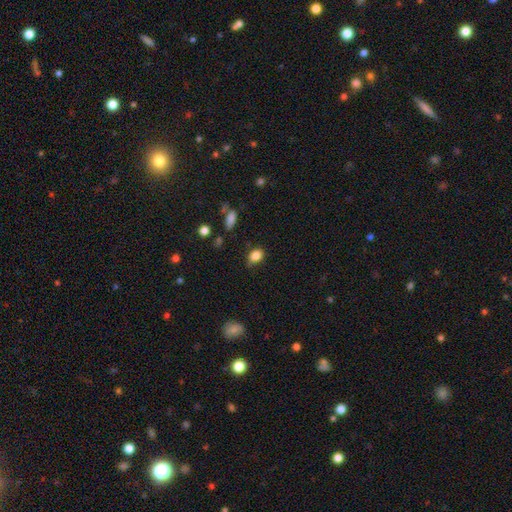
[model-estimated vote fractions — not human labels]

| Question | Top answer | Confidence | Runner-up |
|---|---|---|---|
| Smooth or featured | smooth | 85% | star or artifact (10%) |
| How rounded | in between | 66% | round (33%) |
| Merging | none | 68% | minor disturbance (25%) |